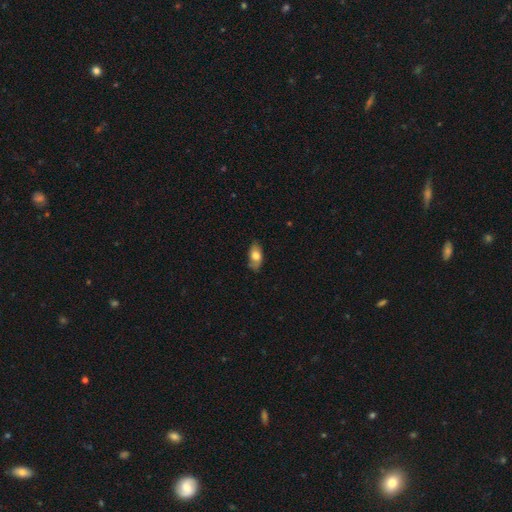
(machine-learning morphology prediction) Smooth or featured? smooth (73%)
How rounded? in between (89%)
Merging? none (75%)